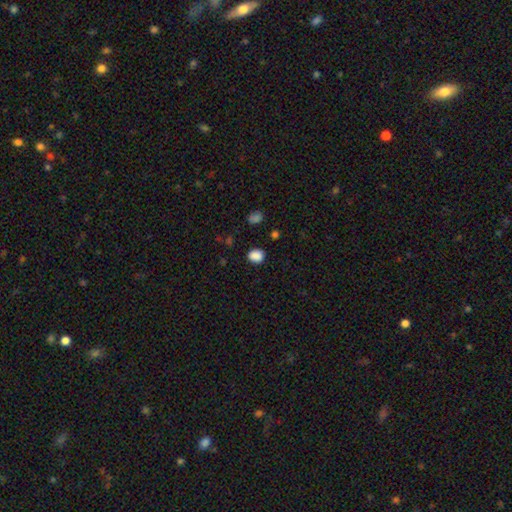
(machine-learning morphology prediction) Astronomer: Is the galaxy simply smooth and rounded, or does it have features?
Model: smooth — 87%.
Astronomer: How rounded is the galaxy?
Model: round — 54% (runner-up: in between, 45%).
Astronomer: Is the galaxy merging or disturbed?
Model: none — 83%.